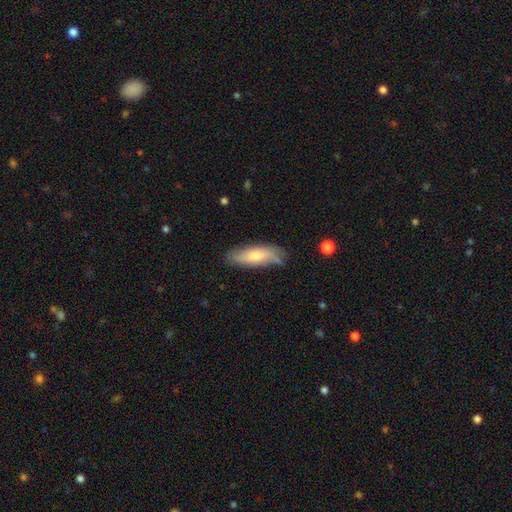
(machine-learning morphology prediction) smooth_or_featured: smooth (p=0.61) [alt: featured or disk p=0.33]
how_rounded: in between (p=0.56) [alt: cigar-shaped p=0.42]
merging: none (p=0.70) [alt: minor disturbance p=0.23]